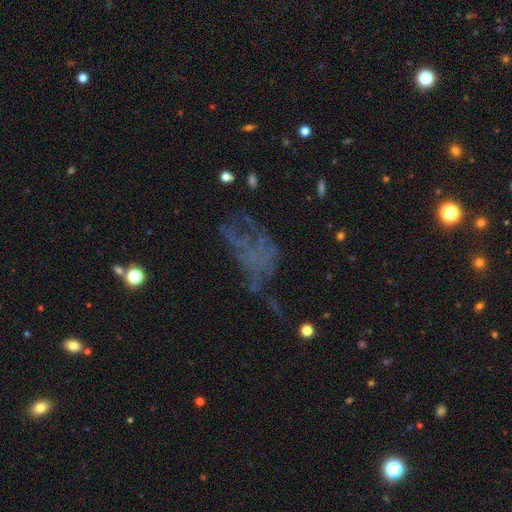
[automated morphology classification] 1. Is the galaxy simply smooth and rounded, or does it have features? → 43% featured or disk, 29% star or artifact, 28% smooth.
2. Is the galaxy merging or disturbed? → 45% major disturbance, 31% none, 18% minor disturbance, 6% merger.